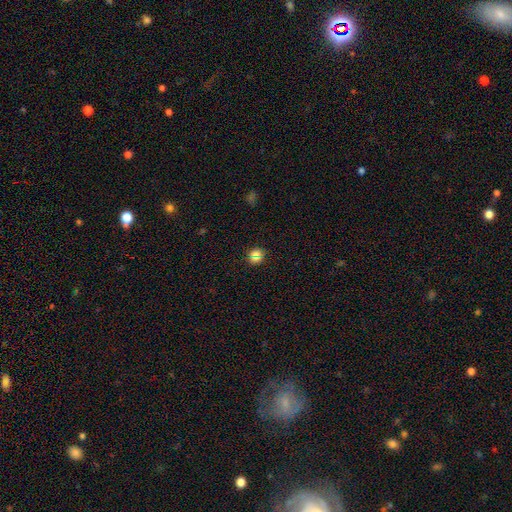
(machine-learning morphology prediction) Smooth or featured? Predicted: smooth (p=0.59). How rounded? Predicted: round (p=0.85). Merging? Predicted: none (p=0.85).